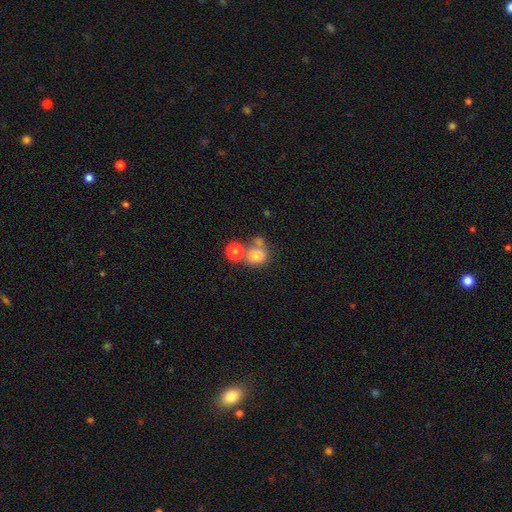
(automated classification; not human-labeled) This is likely a smooth galaxy (76%). How rounded: clearly round (82%). Merging: possibly none (51%).